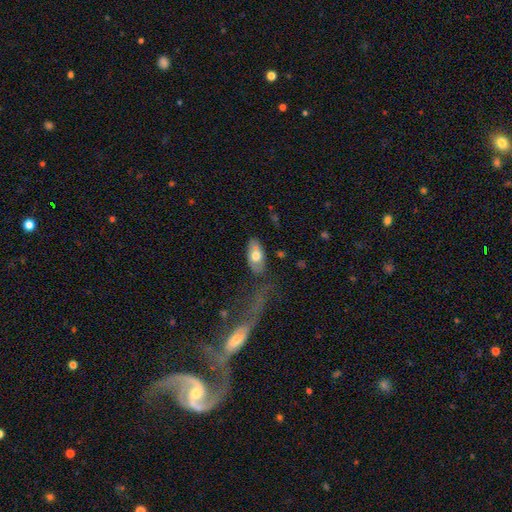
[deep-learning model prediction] This appears to be a smooth galaxy with no disk features (64%) that is in between round and cigar-shaped (91%). Merging: none (72%).